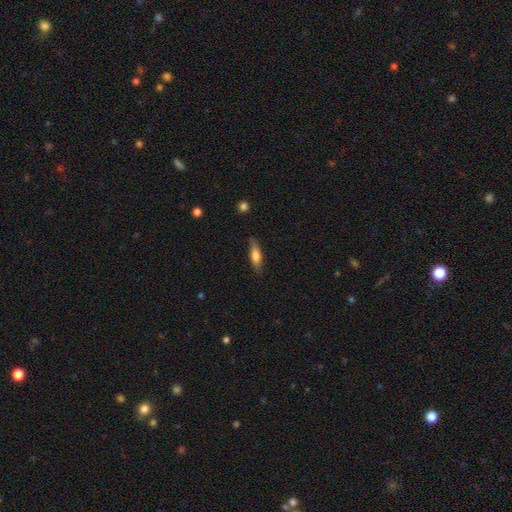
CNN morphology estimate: A smooth galaxy with no disk features (67%) that is cigar-shaped (60%).

Vote fractions:
- Smooth or featured? smooth: 67% / featured or disk: 27% / star or artifact: 6%
- How rounded? cigar-shaped: 60% / in between: 38% / round: 2%
- Merging? none: 80% / minor disturbance: 16% / major disturbance: 3% / merger: 1%